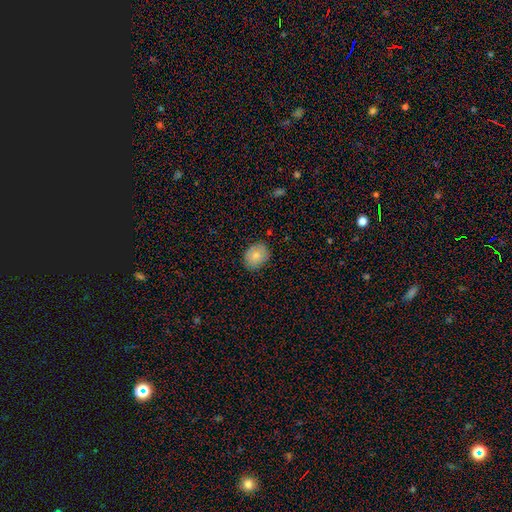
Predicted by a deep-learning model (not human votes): A smooth galaxy with no disk features (81%) that is in between round and cigar-shaped (52%).

Vote fractions:
- Smooth or featured? smooth: 81% / featured or disk: 11% / star or artifact: 8%
- How rounded? in between: 52% / round: 47% / cigar-shaped: 1%
- Merging? none: 84% / minor disturbance: 13% / major disturbance: 2% / merger: 1%